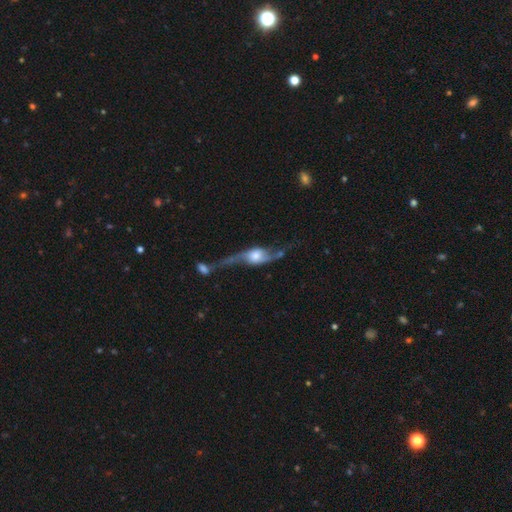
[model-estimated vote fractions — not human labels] This is likely a featured or disk galaxy (80%). It is likely not viewed edge-on (72%). Bar: possibly no (60%). Spiral arm pattern: clearly yes (88%). Spiral arm count: clearly 2 (91%). Spiral winding: clearly loose (89%). Central bulge: marginally moderate (44%). Merging: marginally none (35%).